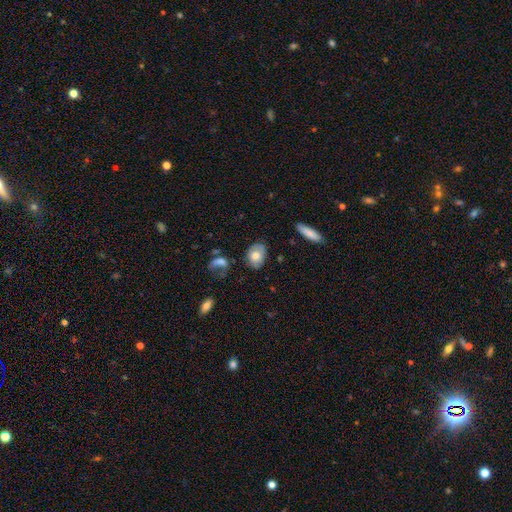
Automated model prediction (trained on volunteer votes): Smooth or featured?
  - smooth: 65% *
  - featured or disk: 28%
  - star or artifact: 7%
How rounded?
  - in between: 77% *
  - round: 21%
  - cigar-shaped: 2%
Merging?
  - none: 72% *
  - minor disturbance: 19%
  - major disturbance: 6%
  - merger: 3%